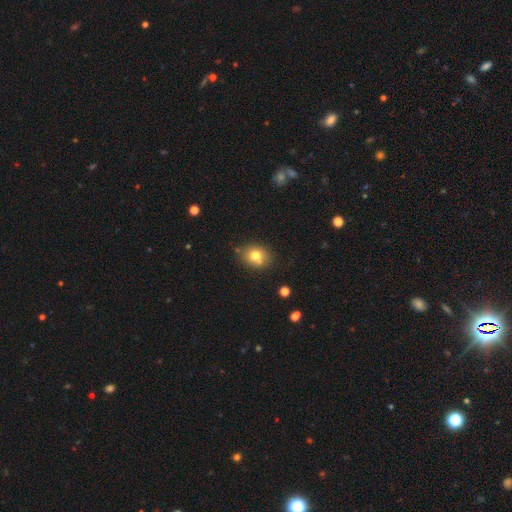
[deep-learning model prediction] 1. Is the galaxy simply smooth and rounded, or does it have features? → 76% smooth, 12% featured or disk, 12% star or artifact.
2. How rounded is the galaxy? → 59% round, 40% in between, 1% cigar-shaped.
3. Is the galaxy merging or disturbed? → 72% none, 15% minor disturbance, 9% merger, 4% major disturbance.